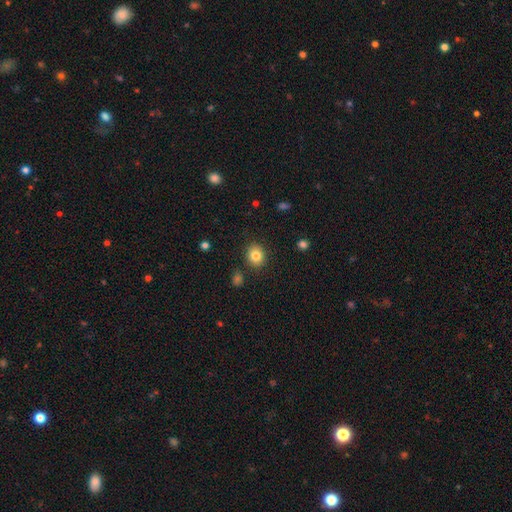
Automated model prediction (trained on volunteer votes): A smooth galaxy with no disk features (82%) that is round (72%).

Vote fractions:
- Smooth or featured? smooth: 82% / star or artifact: 10% / featured or disk: 7%
- How rounded? round: 72% / in between: 27% / cigar-shaped: 1%
- Merging? none: 87% / minor disturbance: 8% / major disturbance: 2% / merger: 2%